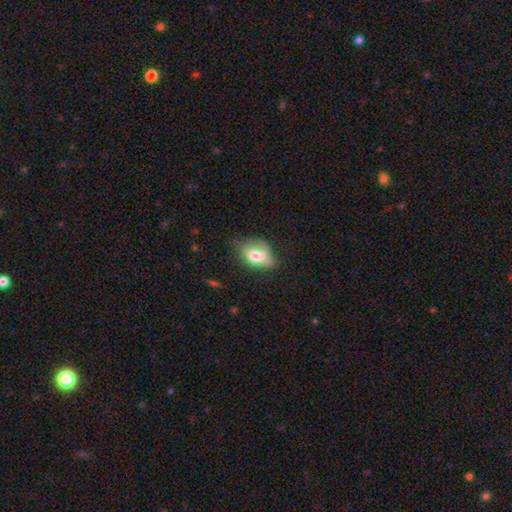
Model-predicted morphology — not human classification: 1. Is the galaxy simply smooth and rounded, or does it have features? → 67% smooth, 25% featured or disk, 9% star or artifact.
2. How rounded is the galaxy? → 82% in between, 15% round, 2% cigar-shaped.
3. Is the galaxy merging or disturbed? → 36% minor disturbance, 35% none, 21% major disturbance, 8% merger.